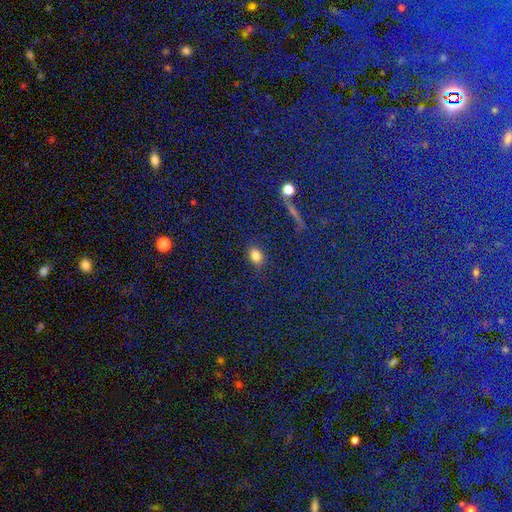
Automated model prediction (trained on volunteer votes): smooth-or-featured: smooth: 80% | star or artifact: 13% | featured or disk: 7%
  how-rounded: in between: 74% | round: 23% | cigar-shaped: 3%
  merging: none: 85% | minor disturbance: 10% | major disturbance: 3% | merger: 2%